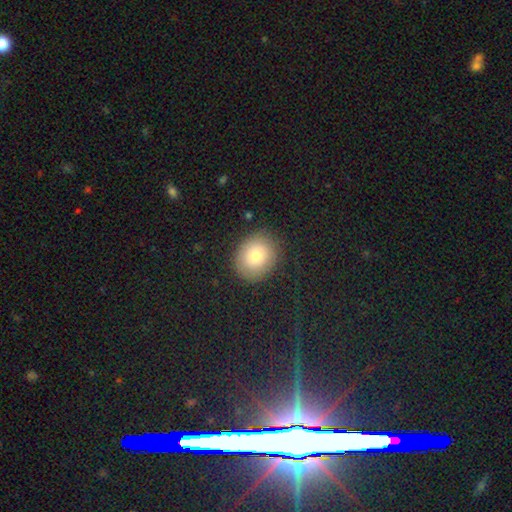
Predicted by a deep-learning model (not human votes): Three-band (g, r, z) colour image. It shows a smooth galaxy with no disk features (77%) that is round (66%). Merging: none (86%).